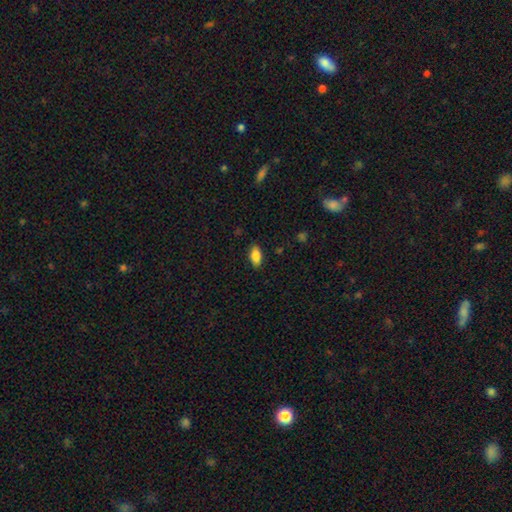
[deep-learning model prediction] This is clearly a smooth galaxy (85%). How rounded: clearly in between (91%). Merging: clearly none (88%).